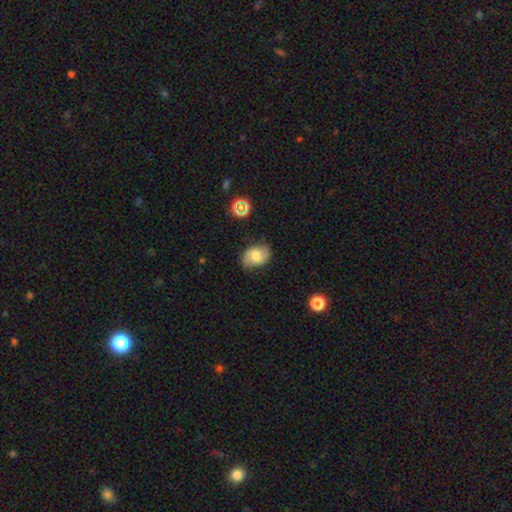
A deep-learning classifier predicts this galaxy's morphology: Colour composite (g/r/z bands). It shows a smooth galaxy with no disk features (49%). Merging: none (73%).